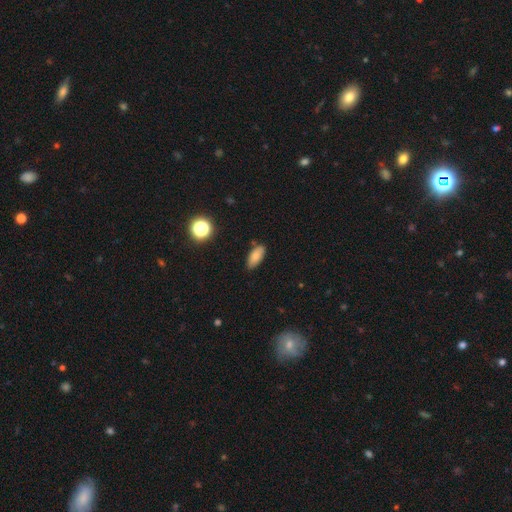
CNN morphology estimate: smooth_or_featured: smooth (p=0.81) [alt: star or artifact p=0.10]
how_rounded: in between (p=0.85) [alt: cigar-shaped p=0.12]
merging: none (p=0.83) [alt: minor disturbance p=0.13]